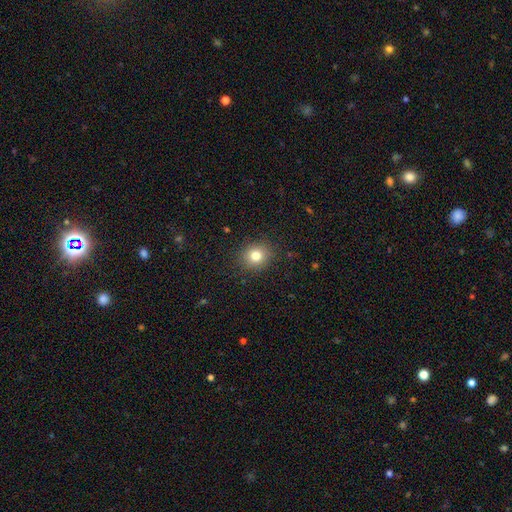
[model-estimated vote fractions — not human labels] Smooth or featured? Predicted: smooth (p=0.80). How rounded? Predicted: round (p=0.78). Merging? Predicted: none (p=0.89).